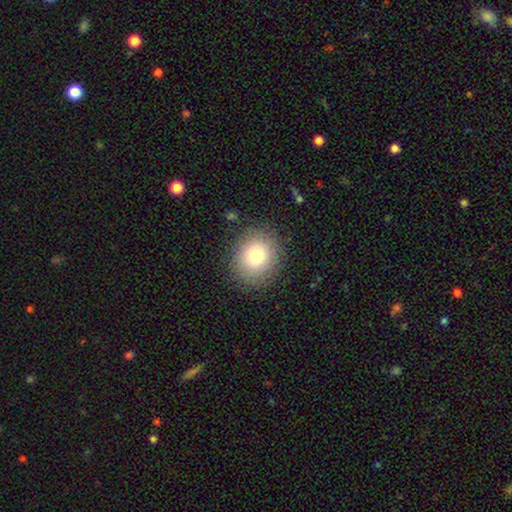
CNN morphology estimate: Overall: smooth (79%). How rounded: round (77%). Merging: none (86%).